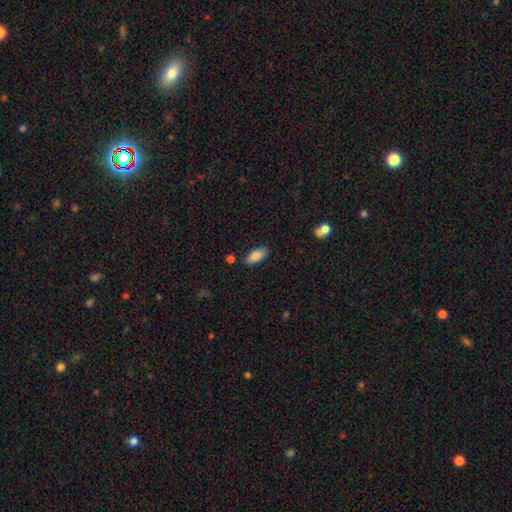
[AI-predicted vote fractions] This is clearly a smooth galaxy (83%). How rounded: clearly in between (88%). Merging: clearly none (81%).